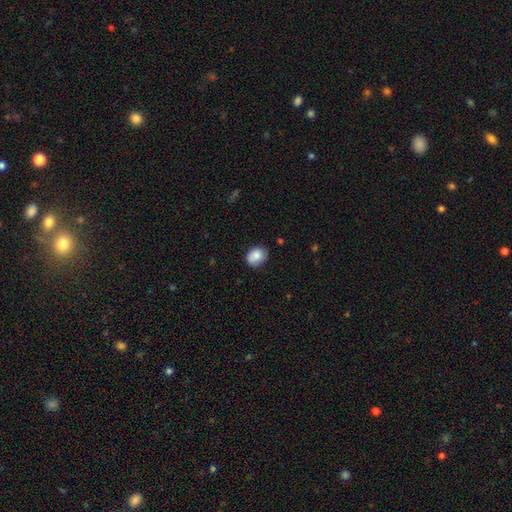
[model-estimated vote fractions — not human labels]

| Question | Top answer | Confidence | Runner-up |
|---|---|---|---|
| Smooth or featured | smooth | 83% | featured or disk (9%) |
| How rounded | in between | 50% | round (49%) |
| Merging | none | 70% | minor disturbance (24%) |